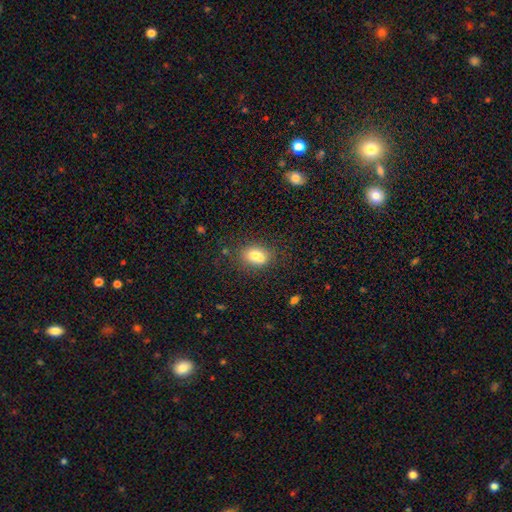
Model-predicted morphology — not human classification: smooth 71%, featured or disk 18%, star or artifact 11%. Down the decision tree: how rounded — in between (62%); merging — none (47%).